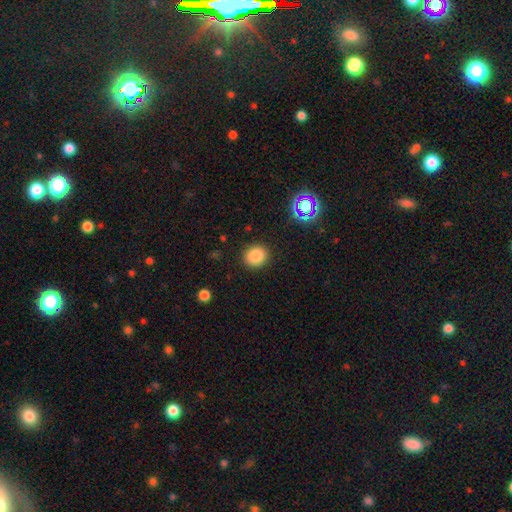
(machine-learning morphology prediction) Smooth or featured: smooth — 83% (star or artifact — 12%)
How rounded: round — 80% (in between — 19%)
Merging: none — 90% (minor disturbance — 7%)